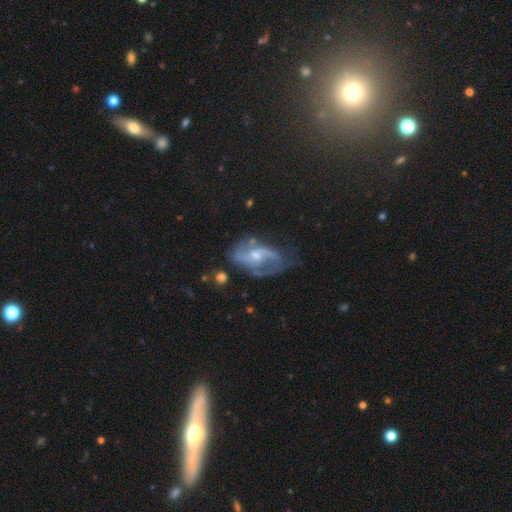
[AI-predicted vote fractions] This is likely a featured or disk galaxy (75%). It is clearly not viewed edge-on (95%). Bar: possibly no (48%). Spiral arm pattern: clearly yes (85%). Spiral arm count: likely 2 (69%). Spiral winding: marginally medium (44%). Central bulge: possibly moderate (49%). Merging: possibly none (50%).